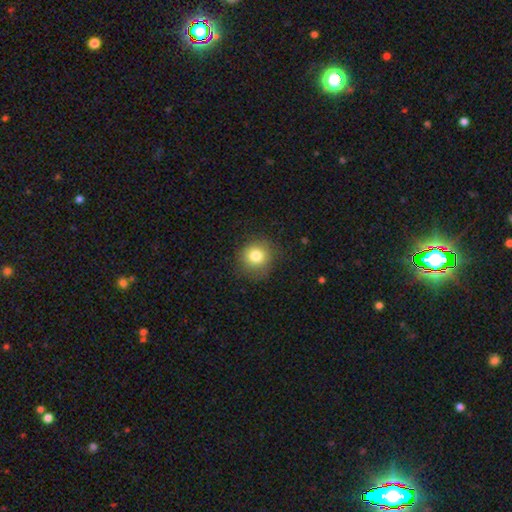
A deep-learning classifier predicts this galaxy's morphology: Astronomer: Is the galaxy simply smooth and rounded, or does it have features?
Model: smooth — 80%.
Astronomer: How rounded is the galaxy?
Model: round — 91%.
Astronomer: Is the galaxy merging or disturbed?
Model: none — 83%.